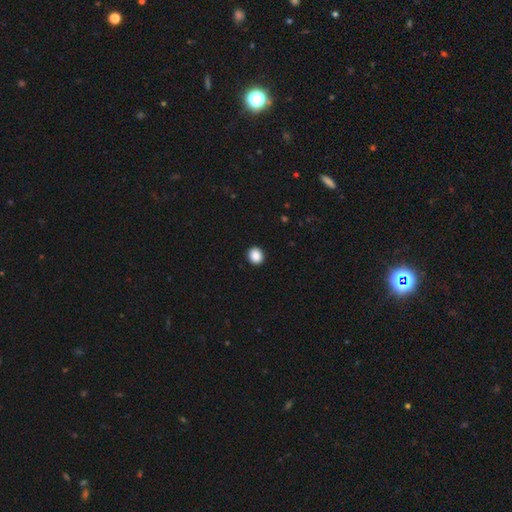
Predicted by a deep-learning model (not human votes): Overall: smooth (89%). How rounded: round (72%). Merging: none (93%).